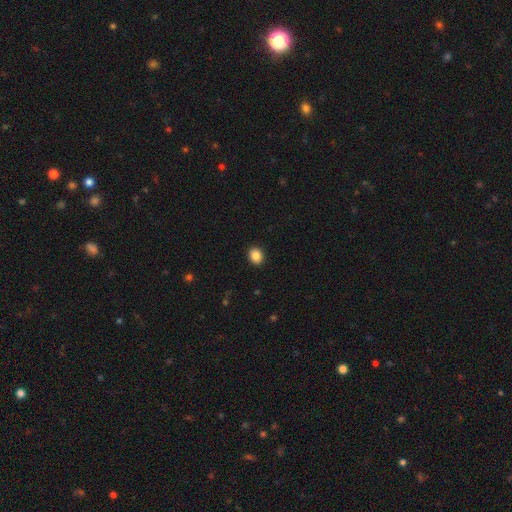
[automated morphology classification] type=smooth (87%); roundness=round (51%); merging=none (91%).